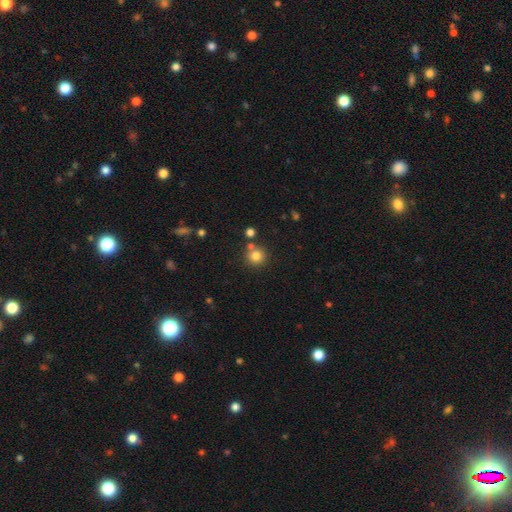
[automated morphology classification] The model was most divided on "merging": none: 75%, merger: 15%, minor disturbance: 8%, major disturbance: 3%. More confident: how rounded — round (93%); smooth or featured — smooth (80%).